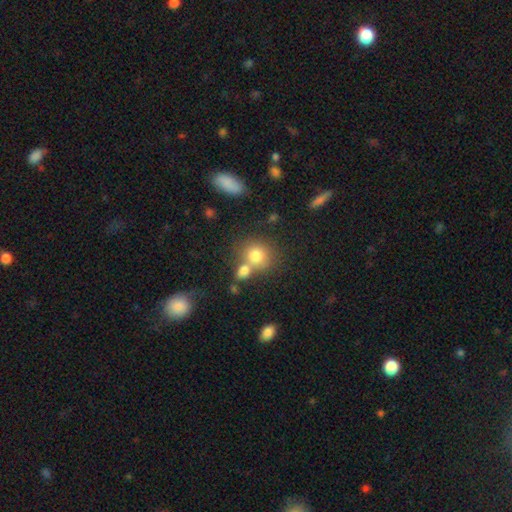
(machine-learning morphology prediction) The model was most divided on "merging": none: 48%, merger: 37%, minor disturbance: 10%, major disturbance: 5%. More confident: smooth or featured — smooth (77%); how rounded — round (75%).